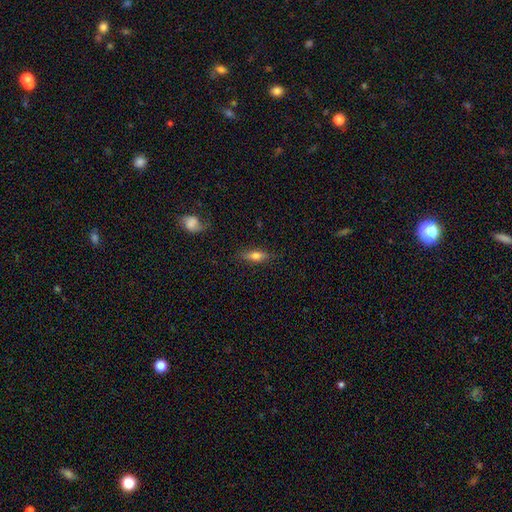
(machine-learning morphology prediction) type=smooth (65%); roundness=in between (58%); merging=none (82%).